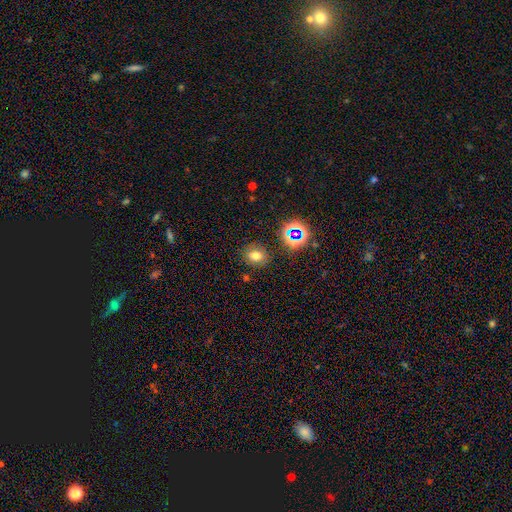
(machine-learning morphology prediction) Overall: smooth (67%). How rounded: round (52%; in between 47%). Merging: none (84%).